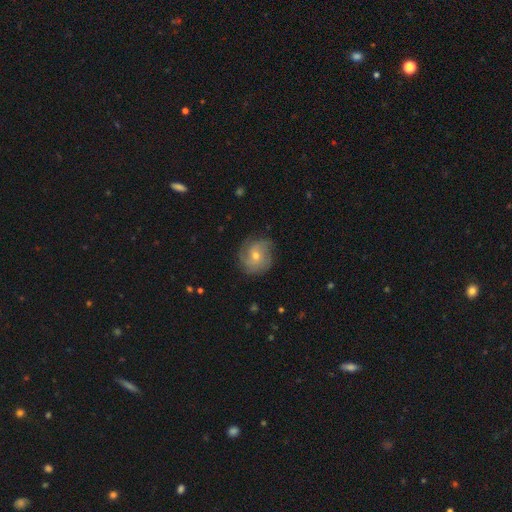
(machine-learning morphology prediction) Q: Smooth or featured?
A: featured or disk (70%); runner-up: smooth (22%)
Q: Edge-on disk?
A: no (97%); runner-up: yes (3%)
Q: Bar?
A: no (73%); runner-up: weak (23%)
Q: Spiral arms?
A: yes (92%); runner-up: no (8%)
Q: Spiral winding?
A: tight (50%); runner-up: medium (36%)
Q: Spiral arm count?
A: 3 (33%); runner-up: can't tell (27%)
Q: Bulge size?
A: moderate (50%); runner-up: small (47%)
Q: Merging?
A: none (78%); runner-up: minor disturbance (15%)